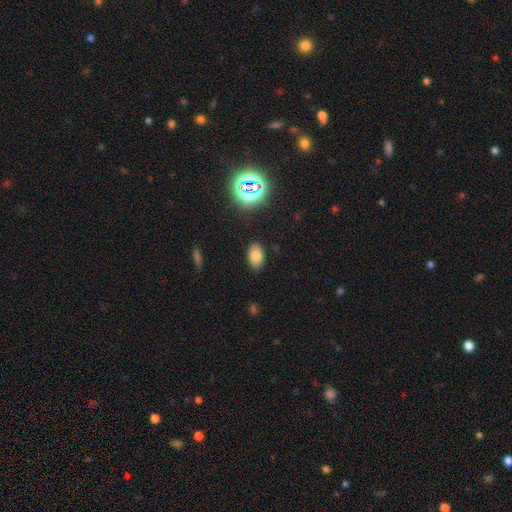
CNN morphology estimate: Q: Smooth or featured?
A: smooth (73%); runner-up: star or artifact (15%)
Q: How rounded?
A: in between (89%); runner-up: round (9%)
Q: Merging?
A: none (86%); runner-up: minor disturbance (10%)